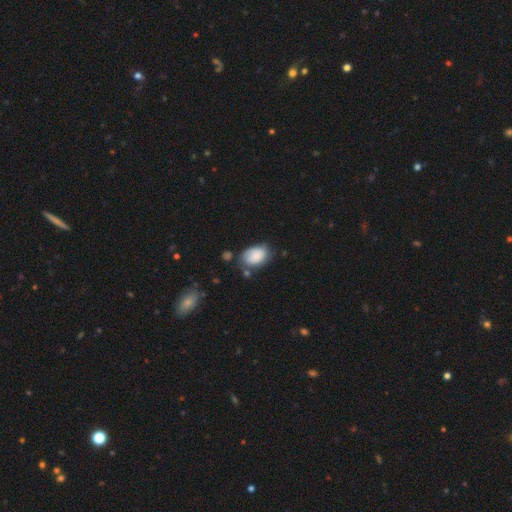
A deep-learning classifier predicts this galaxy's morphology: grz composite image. It shows a smooth galaxy with no disk features (80%) that is in between round and cigar-shaped (88%). Merging: none (55%).